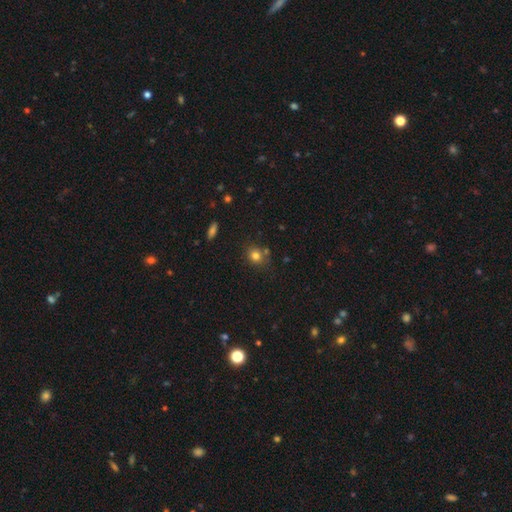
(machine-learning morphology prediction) This is likely a smooth galaxy (79%). How rounded: likely round (73%). Merging: likely none (71%).